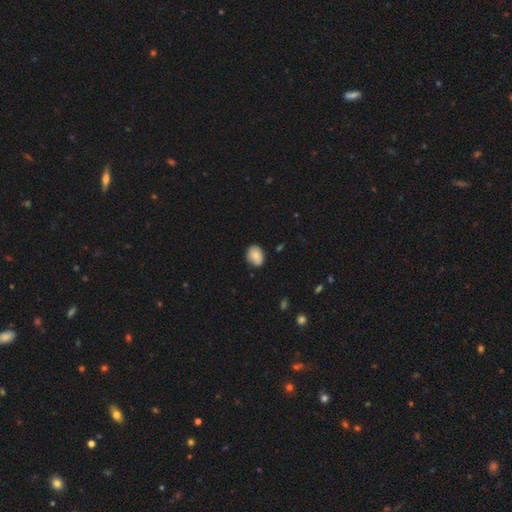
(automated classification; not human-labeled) A smooth galaxy with no disk features (85%) that is in between round and cigar-shaped (62%). Merging: none (81%).